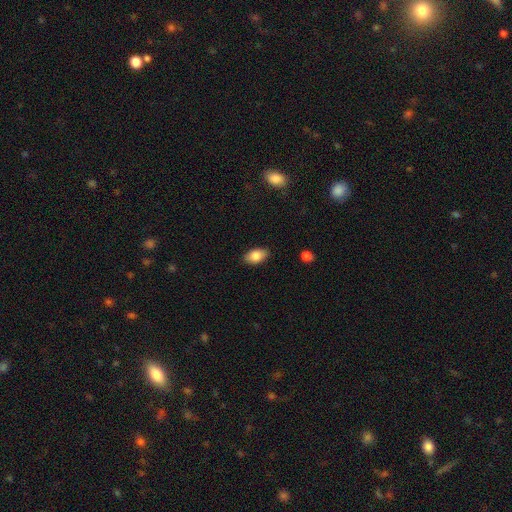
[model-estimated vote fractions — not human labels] This is clearly a smooth galaxy (86%). How rounded: clearly in between (92%). Merging: clearly none (86%).